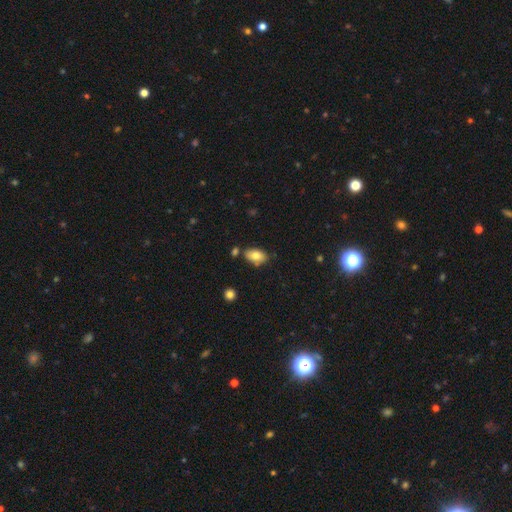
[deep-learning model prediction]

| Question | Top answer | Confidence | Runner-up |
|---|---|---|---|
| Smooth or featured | smooth | 79% | featured or disk (13%) |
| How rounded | in between | 91% | round (7%) |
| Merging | none | 74% | minor disturbance (15%) |